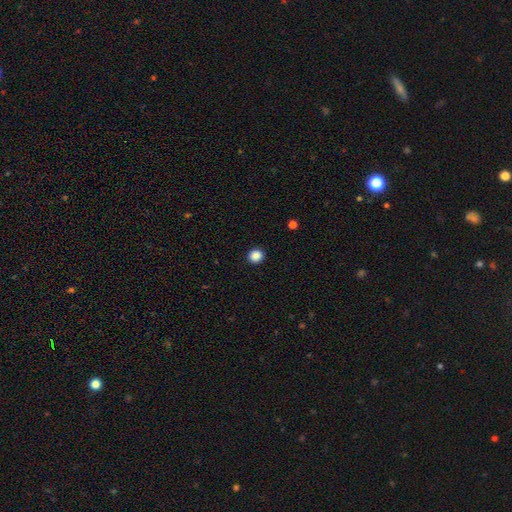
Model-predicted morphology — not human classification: A smooth galaxy with no disk features (88%) that is round (89%). Merging: none (93%).